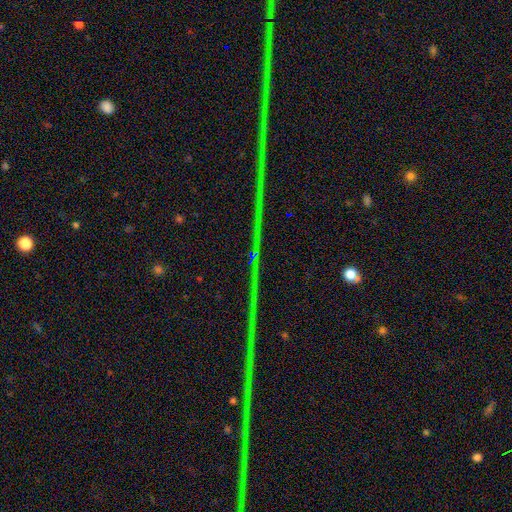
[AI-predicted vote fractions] The model was most divided on "smooth or featured": star or artifact: 88%, featured or disk: 7%, smooth: 5%.